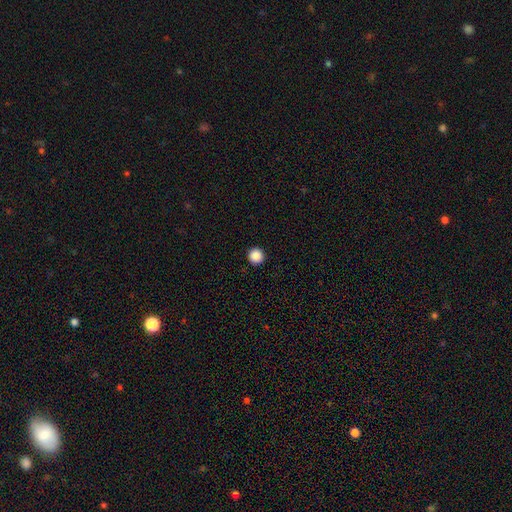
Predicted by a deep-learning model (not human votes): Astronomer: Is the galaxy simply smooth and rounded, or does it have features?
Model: smooth — 88%.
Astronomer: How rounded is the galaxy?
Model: round — 97%.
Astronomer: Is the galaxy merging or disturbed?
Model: none — 94%.